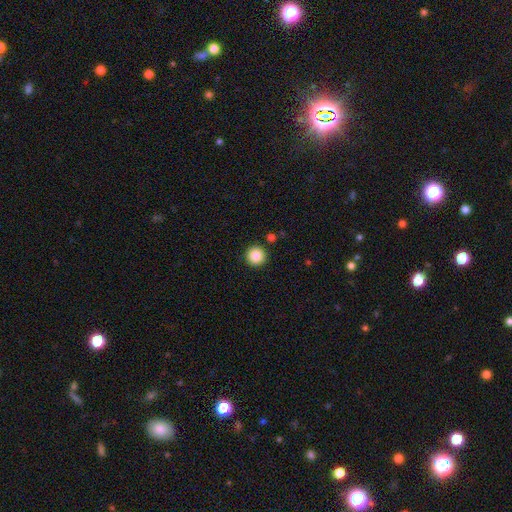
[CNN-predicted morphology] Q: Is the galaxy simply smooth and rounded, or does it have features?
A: smooth — 87%.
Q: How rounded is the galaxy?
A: round — 96%.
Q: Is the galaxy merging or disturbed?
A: none — 92%.